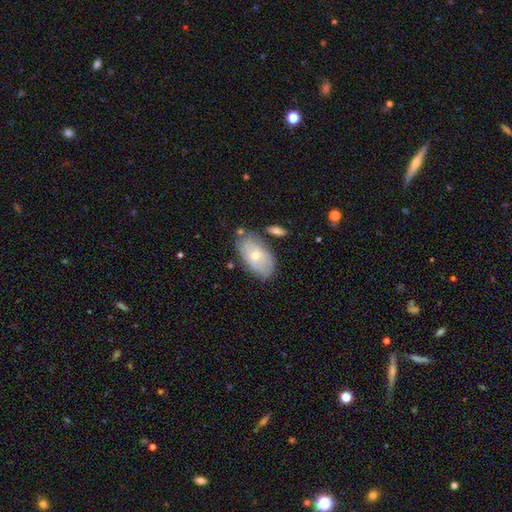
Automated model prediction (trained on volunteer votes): This appears to be a smooth galaxy with no disk features (57%) that is in between round and cigar-shaped (93%). Merging: none (67%).